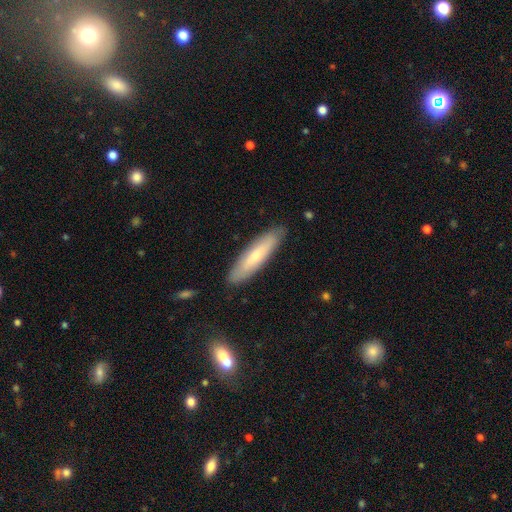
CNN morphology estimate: Smooth or featured: smooth — 64% (featured or disk — 30%)
How rounded: cigar-shaped — 73% (in between — 26%)
Merging: none — 87% (minor disturbance — 10%)